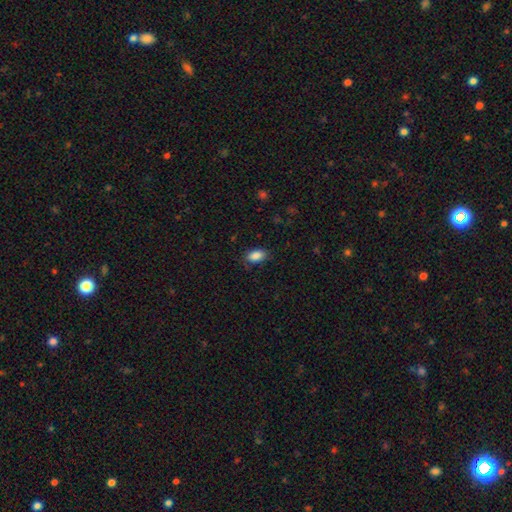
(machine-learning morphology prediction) A smooth galaxy with no disk features (87%) that is in between round and cigar-shaped (92%).

Vote fractions:
- Smooth or featured? smooth: 87% / star or artifact: 8% / featured or disk: 5%
- How rounded? in between: 92% / round: 5% / cigar-shaped: 3%
- Merging? none: 80% / minor disturbance: 15% / major disturbance: 4% / merger: 1%